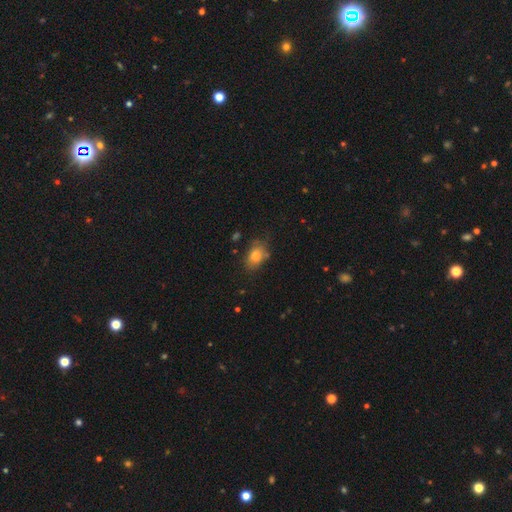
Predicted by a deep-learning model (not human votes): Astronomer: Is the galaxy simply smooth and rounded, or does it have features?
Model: smooth — 80%.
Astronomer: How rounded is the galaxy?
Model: in between — 78%.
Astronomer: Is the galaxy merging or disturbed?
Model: none — 66%.